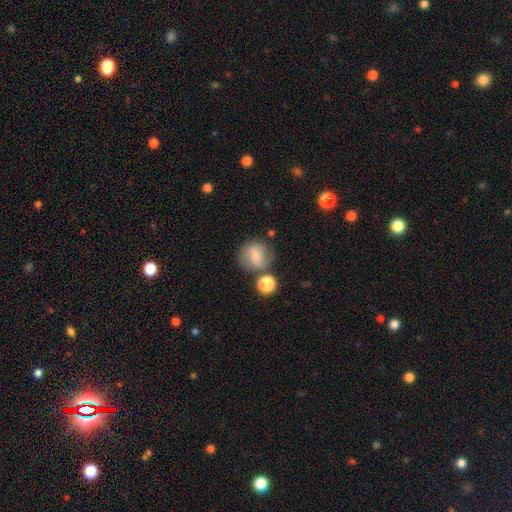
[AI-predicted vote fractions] Smooth or featured?
  - smooth: 73% *
  - featured or disk: 17%
  - star or artifact: 10%
How rounded?
  - round: 76% *
  - in between: 23%
  - cigar-shaped: 1%
Merging?
  - none: 61% *
  - minor disturbance: 17%
  - merger: 14%
  - major disturbance: 7%